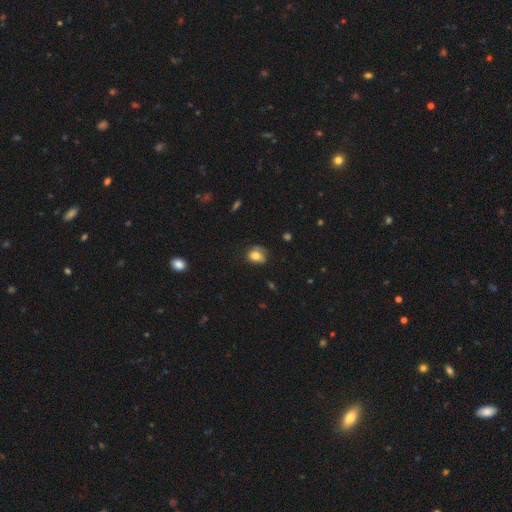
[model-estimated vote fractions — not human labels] smooth 76%, featured or disk 15%, star or artifact 10%. Down the decision tree: how rounded — round (58%); merging — none (51%).